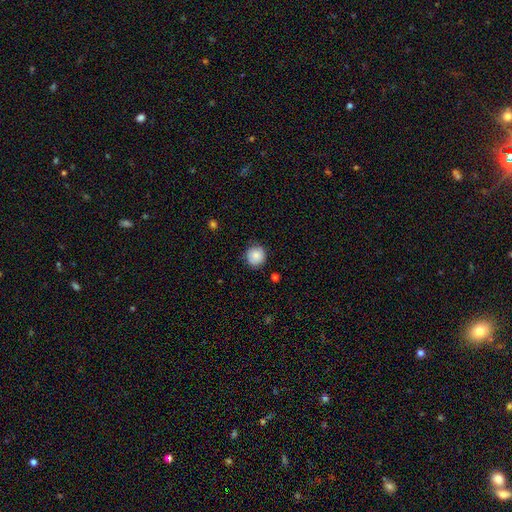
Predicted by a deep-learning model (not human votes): smooth 86%, star or artifact 9%, featured or disk 5%. Down the decision tree: how rounded — round (94%); merging — none (86%).